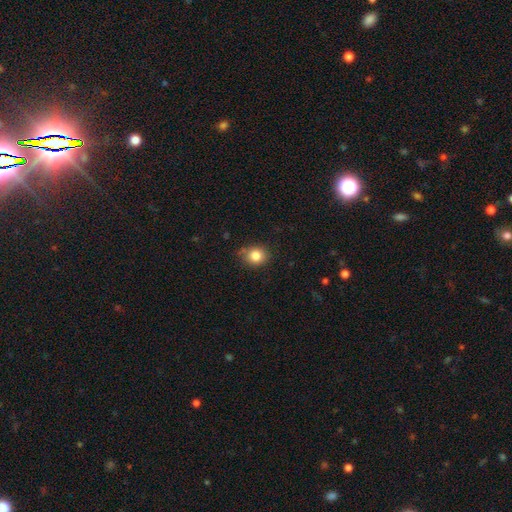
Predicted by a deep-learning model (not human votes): smooth 84%, star or artifact 11%, featured or disk 6%. Down the decision tree: how rounded — round (72%); merging — none (79%).